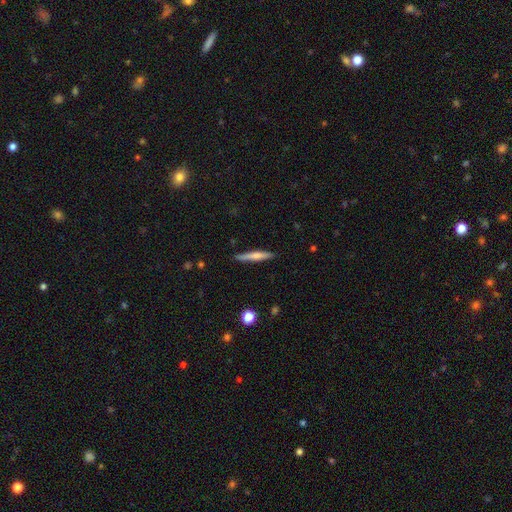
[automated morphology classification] A smooth galaxy with no disk features (56%) that is cigar-shaped (93%). Merging: none (88%).